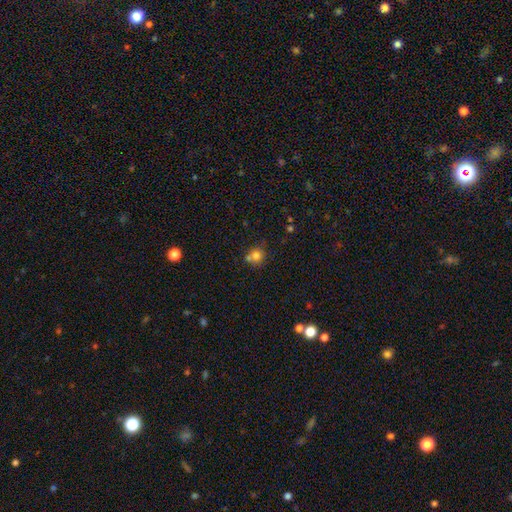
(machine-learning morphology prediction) A smooth galaxy with no disk features (76%) that is round (86%). Merging: none (56%).